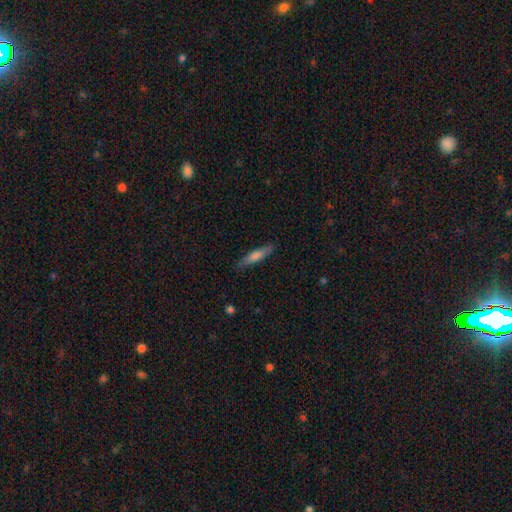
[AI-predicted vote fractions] This appears to be a smooth galaxy with no disk features (57%) that is cigar-shaped (90%). Merging: none (87%).